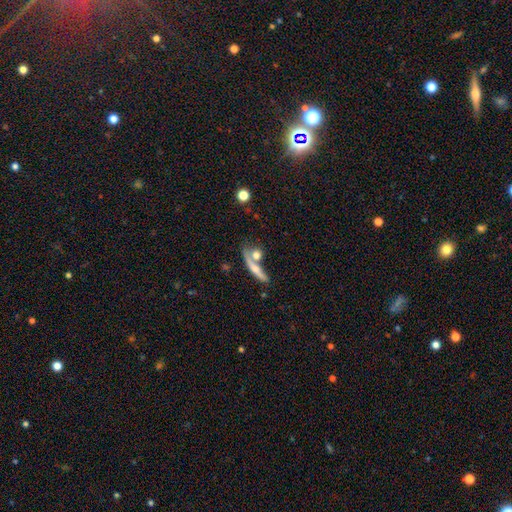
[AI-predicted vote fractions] smooth 61%, featured or disk 30%, star or artifact 9%. Down the decision tree: how rounded — cigar-shaped (41%); merging — none (51%).